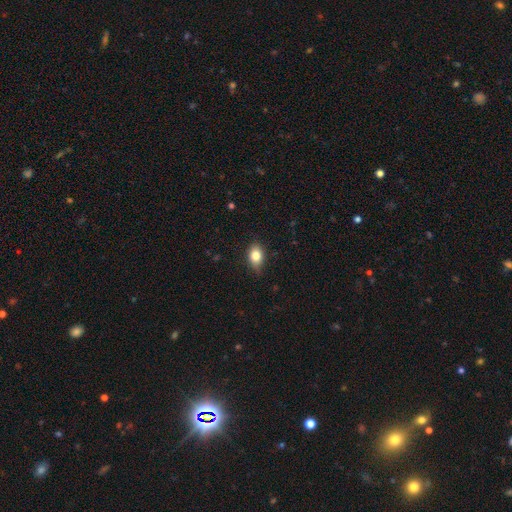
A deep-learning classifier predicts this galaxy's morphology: smooth 81%, featured or disk 10%, star or artifact 9%. Down the decision tree: how rounded — in between (77%); merging — none (74%).